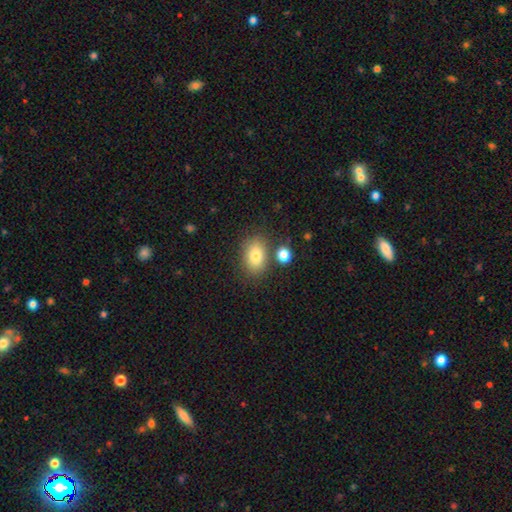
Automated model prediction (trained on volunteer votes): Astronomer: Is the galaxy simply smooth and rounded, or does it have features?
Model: smooth — 81%.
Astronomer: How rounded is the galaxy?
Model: in between — 84%.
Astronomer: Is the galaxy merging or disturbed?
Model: none — 73%.